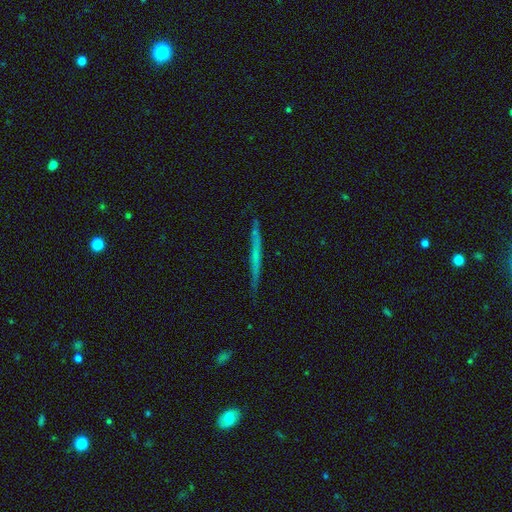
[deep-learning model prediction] A featured or disk galaxy (52%) viewed edge-on (97%) with no central bulge (87%). Merging: none (89%).